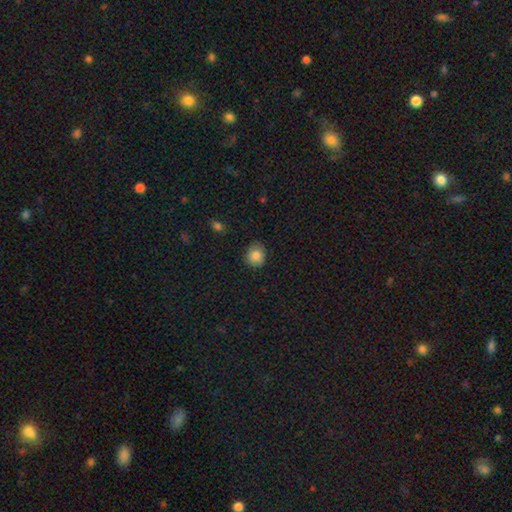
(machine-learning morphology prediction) smooth 85%, star or artifact 9%, featured or disk 5%. Down the decision tree: how rounded — round (81%); merging — none (81%).